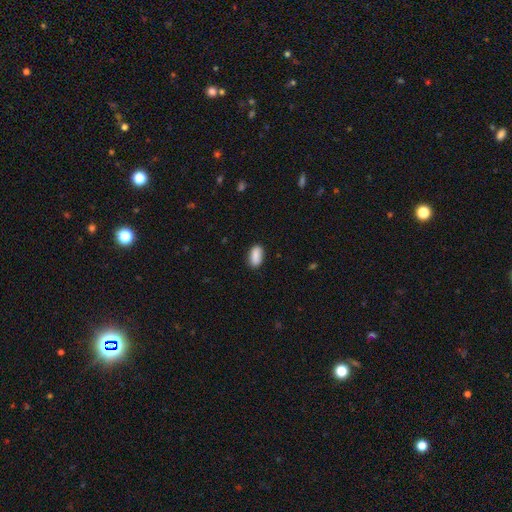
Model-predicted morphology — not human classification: Smooth or featured? smooth (88%)
How rounded? in between (90%)
Merging? none (84%)